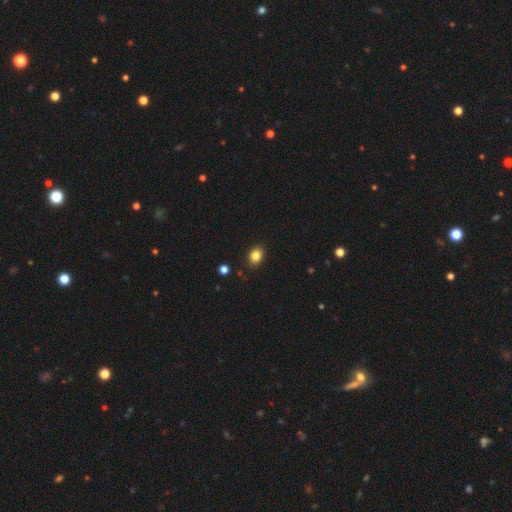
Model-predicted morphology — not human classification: This is clearly a smooth galaxy (83%). How rounded: possibly in between (58%). Merging: clearly none (88%).